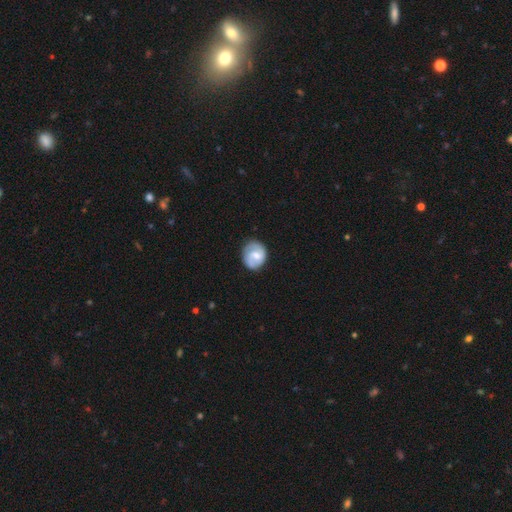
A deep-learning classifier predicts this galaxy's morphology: Smooth or featured: featured or disk — 53% (smooth — 41%)
Edge-on disk: no — 97% (yes — 3%)
Bar: weak — 50% (no — 38%)
Spiral arms: yes — 82% (no — 18%)
Bulge size: moderate — 52% (small — 36%)
Merging: none — 75% (minor disturbance — 18%)